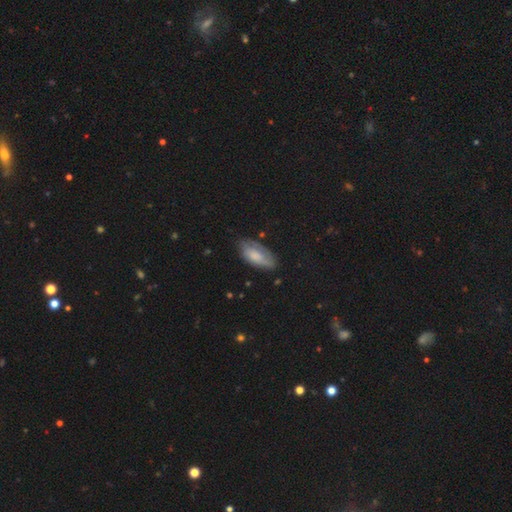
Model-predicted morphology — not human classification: smooth-or-featured: smooth: 63% | featured or disk: 30% | star or artifact: 7%
  how-rounded: in between: 89% | cigar-shaped: 8% | round: 2%
  merging: none: 61% | minor disturbance: 28% | major disturbance: 8% | merger: 2%